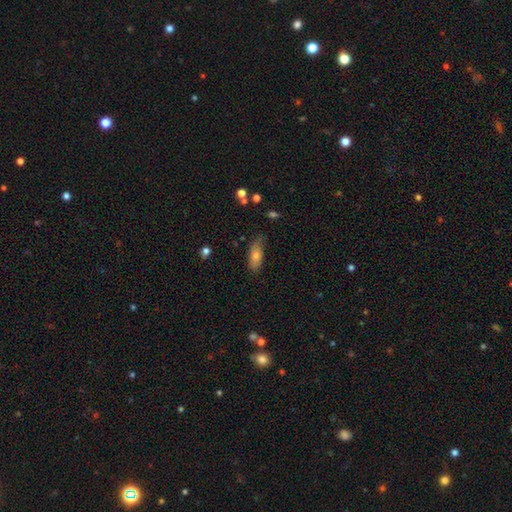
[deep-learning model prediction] Q: Smooth or featured?
A: smooth (66%); runner-up: featured or disk (23%)
Q: How rounded?
A: in between (69%); runner-up: cigar-shaped (27%)
Q: Merging?
A: none (71%); runner-up: minor disturbance (22%)